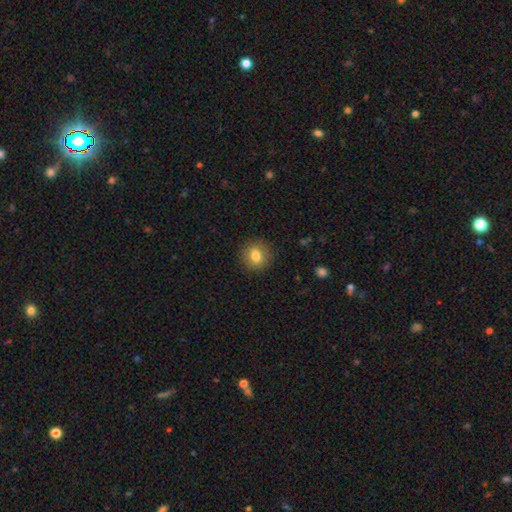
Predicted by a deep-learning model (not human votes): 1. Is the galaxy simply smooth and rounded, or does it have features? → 79% smooth, 11% featured or disk, 10% star or artifact.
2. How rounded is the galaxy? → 77% round, 22% in between, 1% cigar-shaped.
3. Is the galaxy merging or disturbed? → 88% none, 8% minor disturbance, 3% major disturbance, 1% merger.